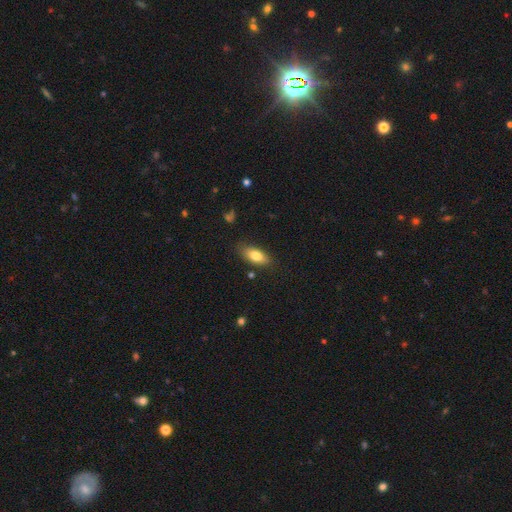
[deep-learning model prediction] Morphology: type=smooth (80%); roundness=in between (85%); merging=none (81%).